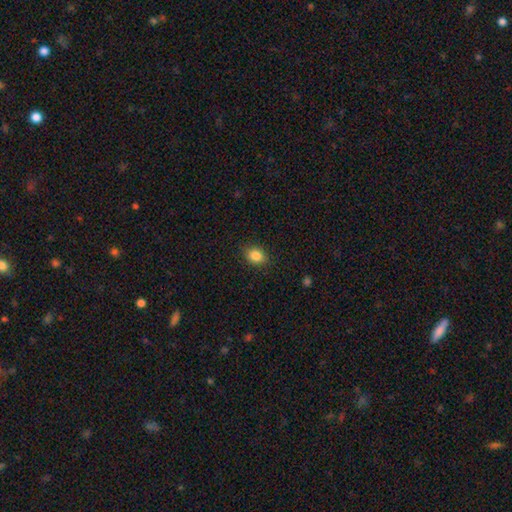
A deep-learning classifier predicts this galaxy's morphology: smooth-or-featured: smooth: 86% | star or artifact: 9% | featured or disk: 5%
  how-rounded: in between: 63% | round: 36% | cigar-shaped: 1%
  merging: none: 87% | minor disturbance: 9% | major disturbance: 2% | merger: 1%